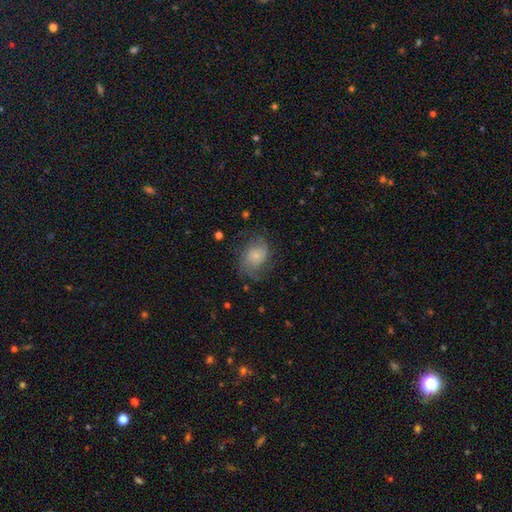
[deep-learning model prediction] Smooth or featured? Predicted: featured or disk (p=0.49). Merging? Predicted: none (p=0.58).